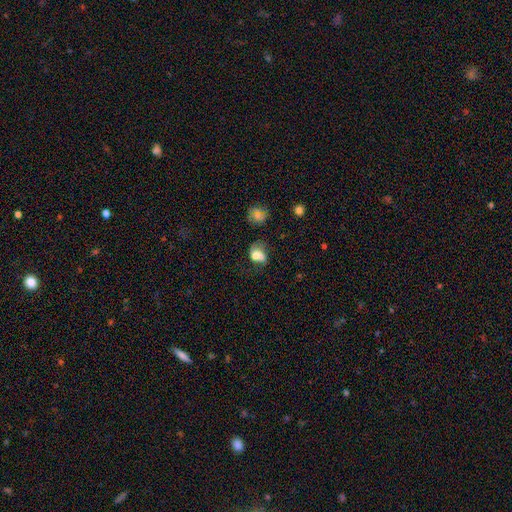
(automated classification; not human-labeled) This appears to be a smooth galaxy with no disk features (62%) that is in between round and cigar-shaped (58%). Merging: none (32%).